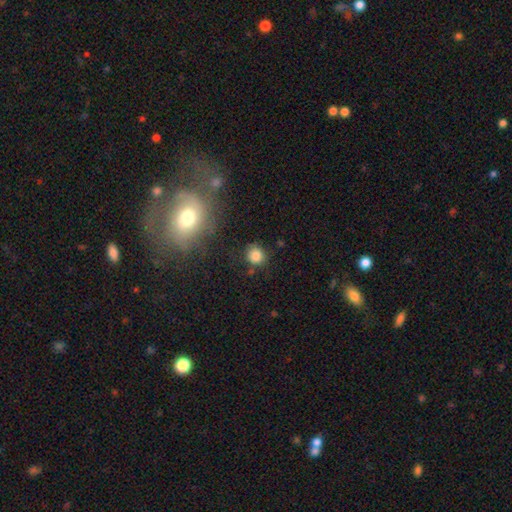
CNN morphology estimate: Overall: smooth (83%). How rounded: round (86%). Merging: none (78%).